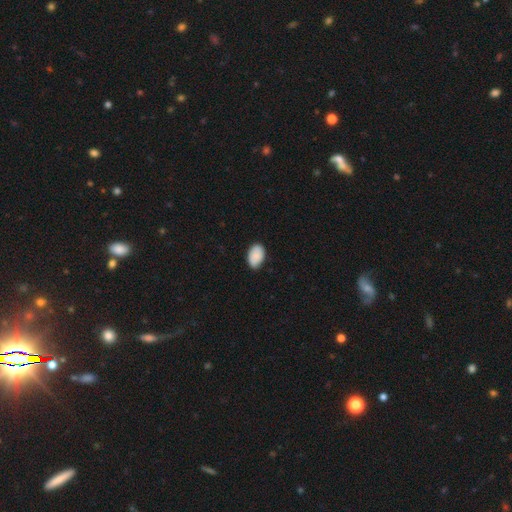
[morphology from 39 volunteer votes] This is clearly a smooth galaxy (92%). How rounded: clearly in between (94%). Merging: likely none (63%).